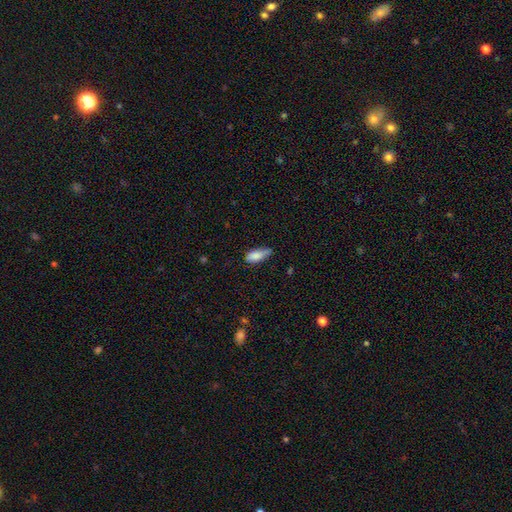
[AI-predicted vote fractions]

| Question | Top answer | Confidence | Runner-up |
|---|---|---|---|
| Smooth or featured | smooth | 83% | featured or disk (10%) |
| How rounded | in between | 80% | cigar-shaped (18%) |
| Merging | none | 44% | minor disturbance (41%) |